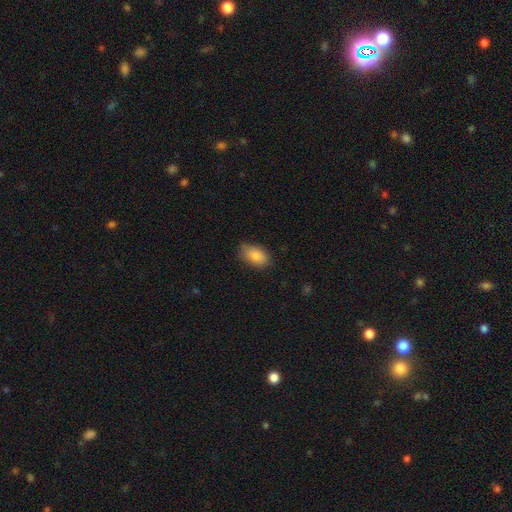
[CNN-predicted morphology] type=smooth (84%); roundness=in between (90%); merging=none (74%).